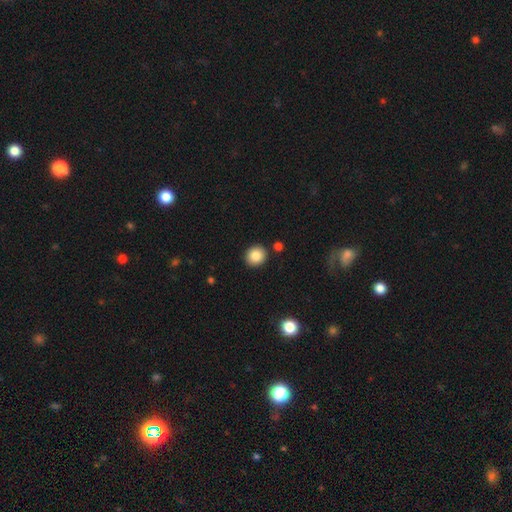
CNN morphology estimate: Smooth or featured: smooth — 85% (star or artifact — 9%)
How rounded: round — 83% (in between — 16%)
Merging: none — 88% (minor disturbance — 6%)